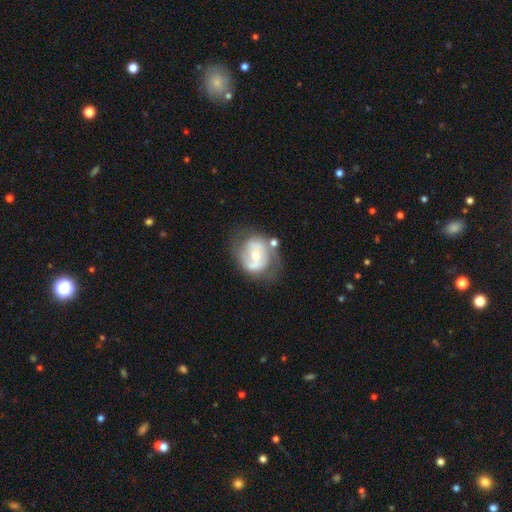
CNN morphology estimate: smooth-or-featured: featured or disk: 67% | smooth: 26% | star or artifact: 7%
  disk-edge-on: no: 97% | yes: 3%
    bar: no: 52% | weak: 33% | strong: 14%
    has-spiral-arms: yes: 68% | no: 32%
    bulge-size: moderate: 52% | small: 42% | large: 3% | none: 1% | dominant: 1%
  merging: none: 50% | minor disturbance: 23% | major disturbance: 15% | merger: 11%